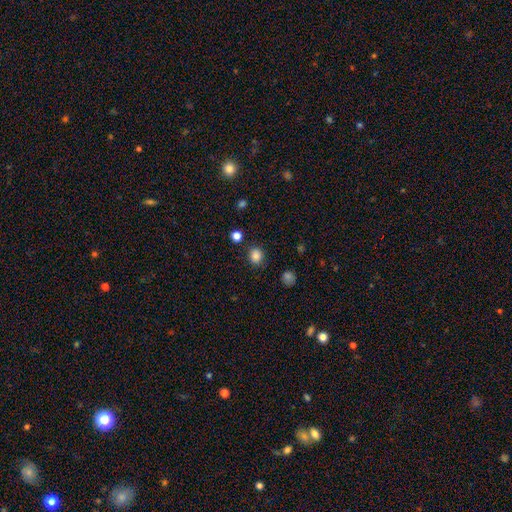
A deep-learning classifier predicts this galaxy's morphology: Smooth or featured? smooth (84%)
How rounded? round (77%)
Merging? none (85%)